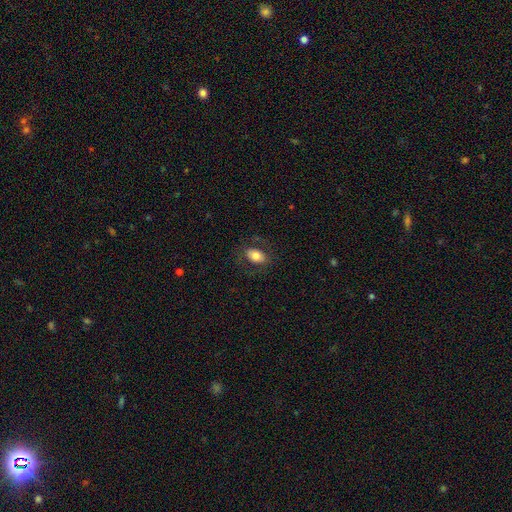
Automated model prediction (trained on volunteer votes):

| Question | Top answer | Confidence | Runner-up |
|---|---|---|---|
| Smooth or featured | smooth | 74% | featured or disk (18%) |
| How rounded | in between | 87% | round (12%) |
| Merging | none | 78% | minor disturbance (13%) |